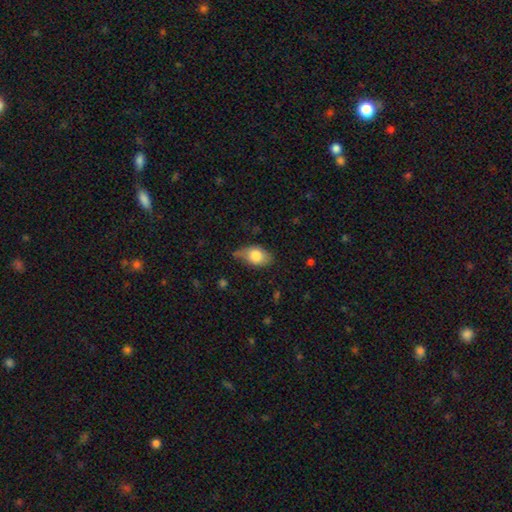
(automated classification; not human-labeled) A smooth galaxy with no disk features (79%) that is in between round and cigar-shaped (88%).

Vote fractions:
- Smooth or featured? smooth: 79% / featured or disk: 14% / star or artifact: 7%
- How rounded? in between: 88% / round: 9% / cigar-shaped: 2%
- Merging? none: 58% / minor disturbance: 33% / major disturbance: 7% / merger: 3%